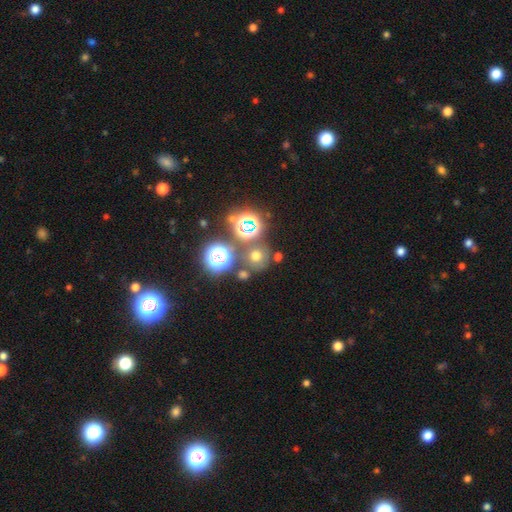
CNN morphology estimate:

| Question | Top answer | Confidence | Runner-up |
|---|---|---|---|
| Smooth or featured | smooth | 56% | star or artifact (33%) |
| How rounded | round | 89% | in between (10%) |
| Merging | none | 71% | merger (15%) |